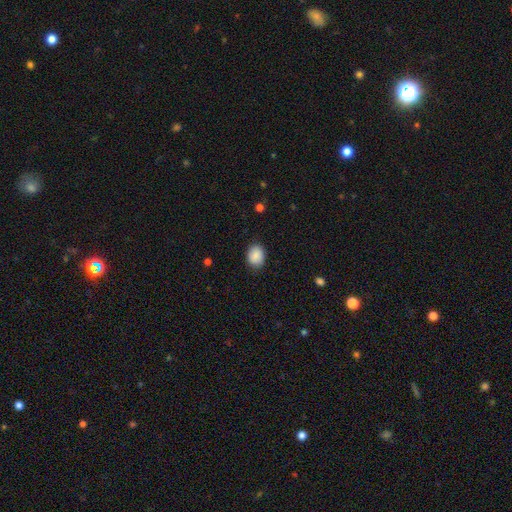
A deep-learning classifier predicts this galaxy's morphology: smooth-or-featured: smooth: 88% | star or artifact: 8% | featured or disk: 5%
  how-rounded: in between: 53% | round: 46% | cigar-shaped: 1%
  merging: none: 84% | minor disturbance: 12% | major disturbance: 3% | merger: 1%